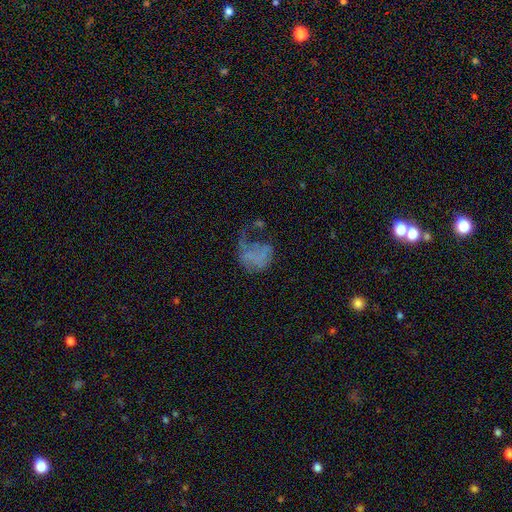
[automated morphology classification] This is marginally a smooth galaxy (42%, tied with featured or disk). Merging: possibly major disturbance (54%).